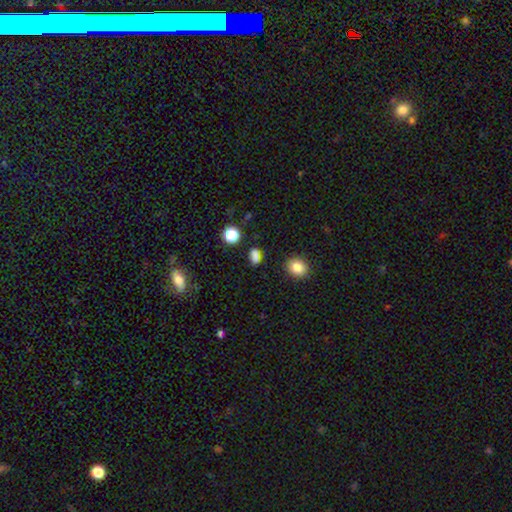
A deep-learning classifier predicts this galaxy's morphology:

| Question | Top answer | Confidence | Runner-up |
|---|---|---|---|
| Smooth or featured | smooth | 78% | star or artifact (18%) |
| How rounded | in between | 67% | round (27%) |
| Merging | none | 83% | minor disturbance (10%) |